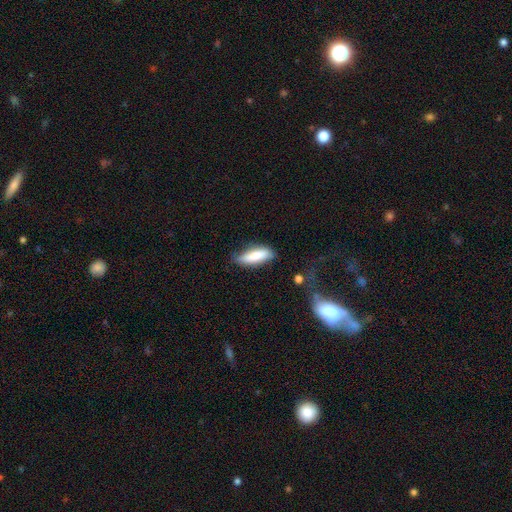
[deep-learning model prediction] smooth-or-featured: smooth: 77% | featured or disk: 17% | star or artifact: 6%
  how-rounded: in between: 55% | cigar-shaped: 44% | round: 2%
  merging: none: 70% | minor disturbance: 22% | major disturbance: 5% | merger: 2%